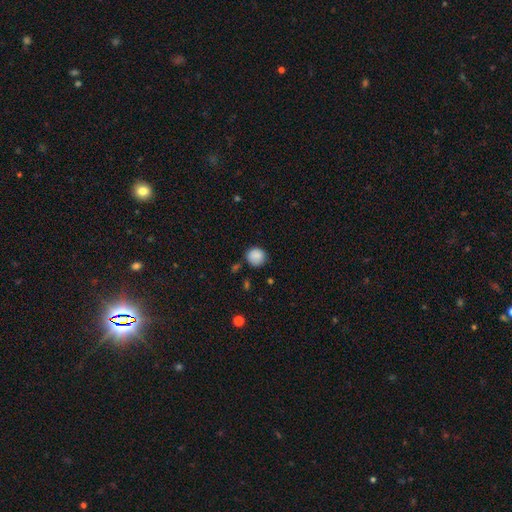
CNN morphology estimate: smooth_or_featured: smooth (p=0.87) [alt: star or artifact p=0.09]
how_rounded: round (p=0.89) [alt: in between p=0.10]
merging: none (p=0.76) [alt: minor disturbance p=0.17]